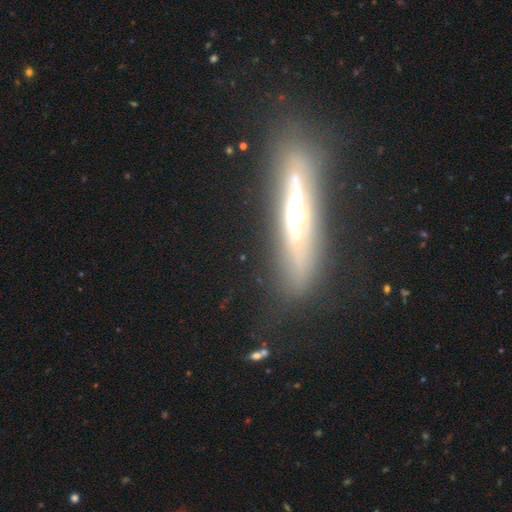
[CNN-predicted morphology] smooth-or-featured: featured or disk: 71% | smooth: 22% | star or artifact: 7%
  disk-edge-on: yes: 82% | no: 18%
    edge-on-bulge: rounded: 76% | none: 18% | boxy: 6%
  merging: none: 77% | minor disturbance: 14% | major disturbance: 5% | merger: 3%